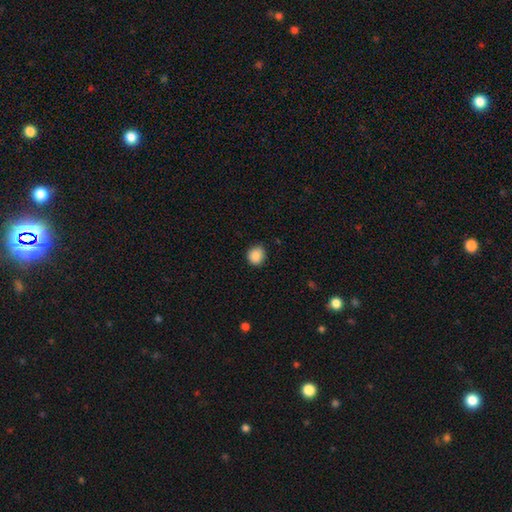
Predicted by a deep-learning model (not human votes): The model was most divided on "merging": none: 85%, minor disturbance: 11%, major disturbance: 2%, merger: 1%. More confident: smooth or featured — smooth (88%); how rounded — round (86%).